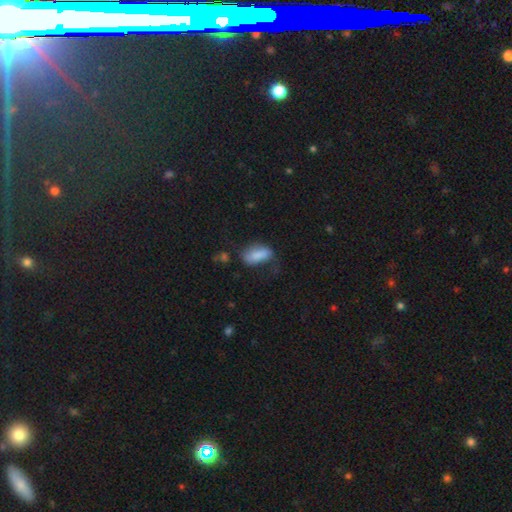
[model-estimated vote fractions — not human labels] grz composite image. It shows a smooth galaxy with no disk features (75%) that is in between round and cigar-shaped (86%). Merging: none (43%).